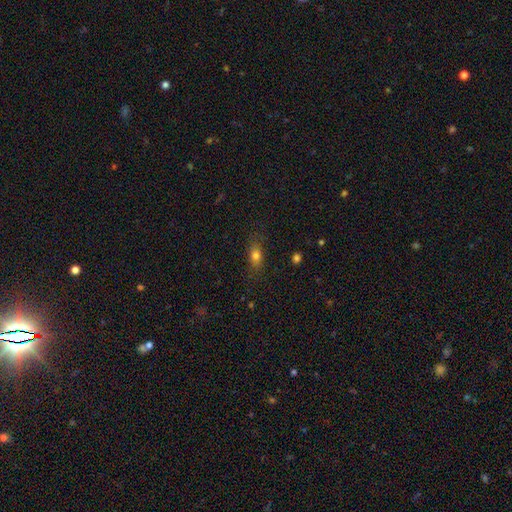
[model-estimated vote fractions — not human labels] This appears to be a smooth galaxy with no disk features (77%) that is in between round and cigar-shaped (74%). Merging: none (79%).